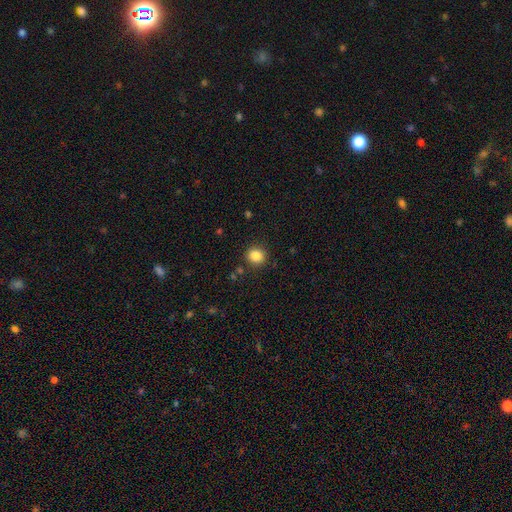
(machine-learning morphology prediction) A smooth galaxy with no disk features (86%) that is round (84%).

Vote fractions:
- Smooth or featured? smooth: 86% / star or artifact: 11% / featured or disk: 4%
- How rounded? round: 84% / in between: 15% / cigar-shaped: 1%
- Merging? none: 88% / minor disturbance: 7% / major disturbance: 3% / merger: 2%